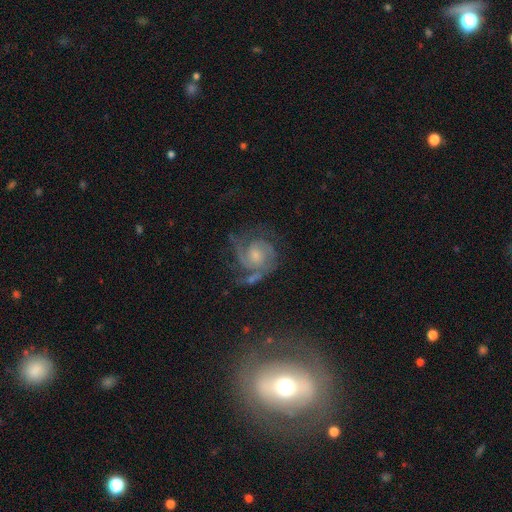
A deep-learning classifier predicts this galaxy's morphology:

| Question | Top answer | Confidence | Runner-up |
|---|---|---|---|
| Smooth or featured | featured or disk | 85% | smooth (8%) |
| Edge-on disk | no | 98% | yes (2%) |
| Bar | no | 61% | weak (33%) |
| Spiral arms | yes | 97% | no (3%) |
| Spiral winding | tight | 52% | medium (40%) |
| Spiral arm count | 2 | 65% | 3 (15%) |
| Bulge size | small | 47% | moderate (39%) |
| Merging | none | 58% | minor disturbance (20%) |